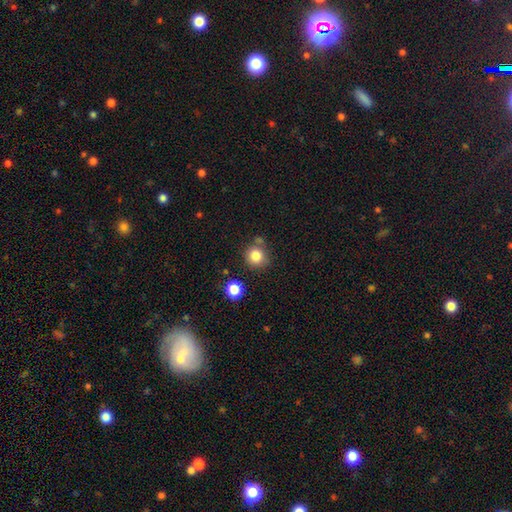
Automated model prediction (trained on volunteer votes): The model was most divided on "merging": none: 75%, minor disturbance: 12%, merger: 10%, major disturbance: 4%. More confident: how rounded — round (90%); smooth or featured — smooth (83%).